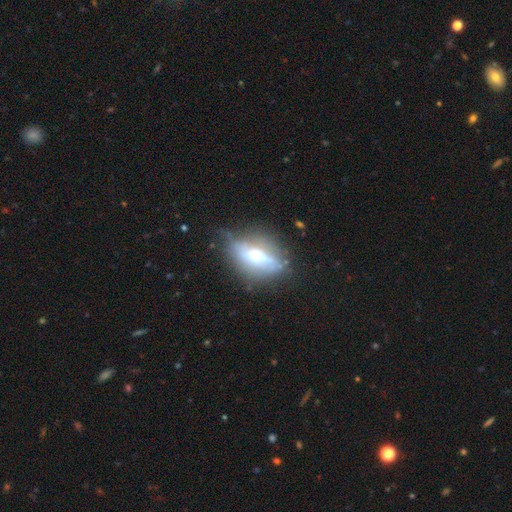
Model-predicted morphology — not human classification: Smooth or featured? featured or disk (61%)
Edge-on disk? yes (57%)
Merging? none (62%)